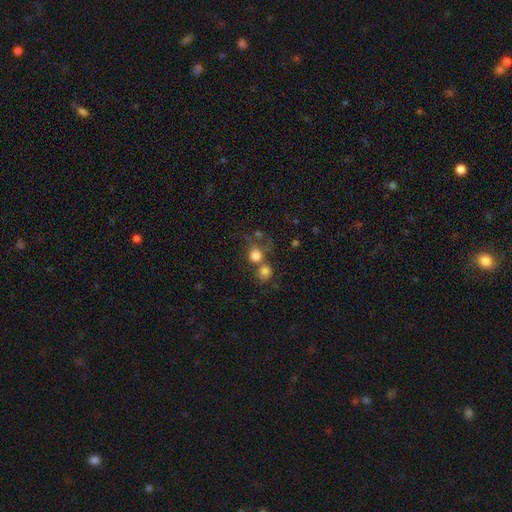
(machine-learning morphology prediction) Overall: smooth (76%). How rounded: round (78%). Merging: merger (46%; none 37%).